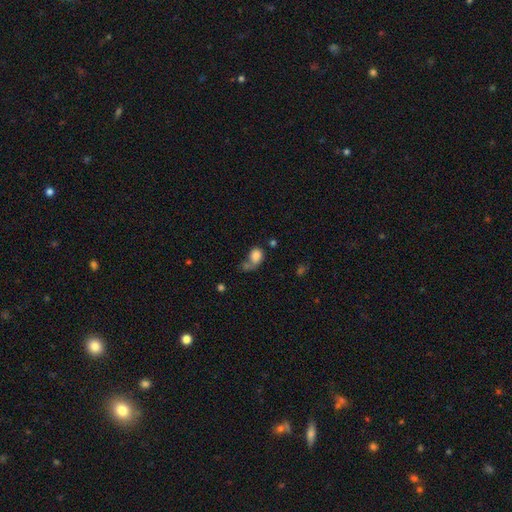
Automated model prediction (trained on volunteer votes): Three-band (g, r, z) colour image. It shows a smooth galaxy with no disk features (80%) that is in between round and cigar-shaped (52%). Merging: none (29%).